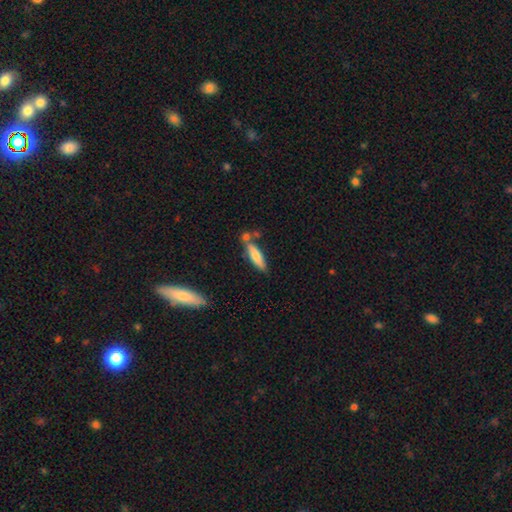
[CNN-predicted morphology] This is likely a smooth galaxy (71%). How rounded: likely cigar-shaped (68%). Merging: likely none (61%).